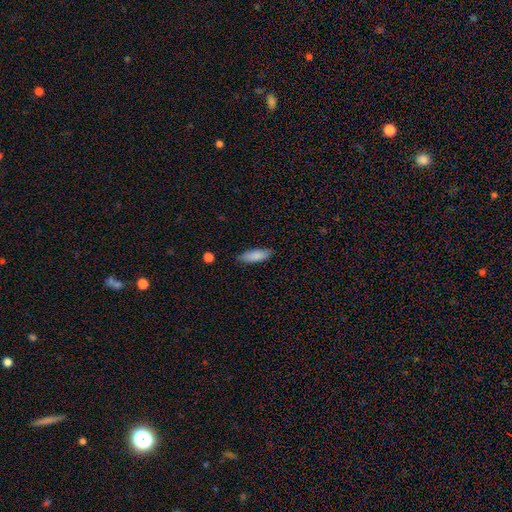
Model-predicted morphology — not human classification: smooth-or-featured: smooth: 86% | featured or disk: 8% | star or artifact: 6%
  how-rounded: in between: 58% | cigar-shaped: 40% | round: 2%
  merging: none: 83% | minor disturbance: 13% | major disturbance: 2% | merger: 1%